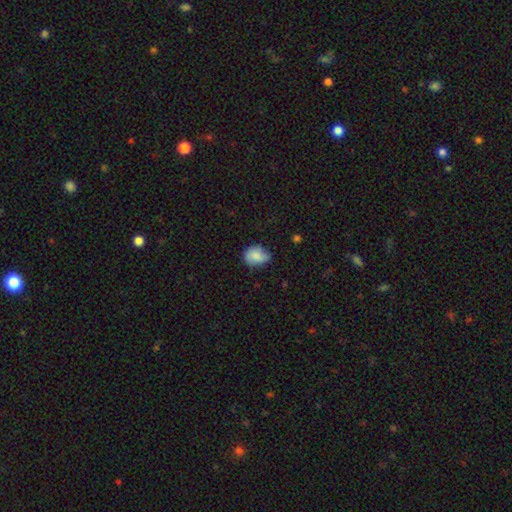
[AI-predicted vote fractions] Smooth or featured: smooth — 78% (featured or disk — 14%)
How rounded: in between — 58% (round — 41%)
Merging: none — 54% (minor disturbance — 35%)